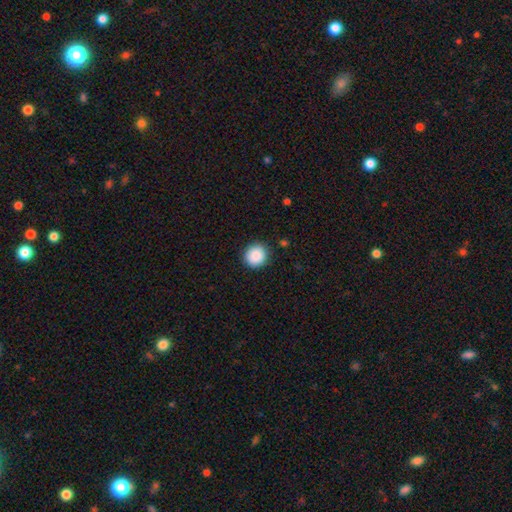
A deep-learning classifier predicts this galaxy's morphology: A smooth galaxy with no disk features (88%) that is round (90%). Merging: none (90%).